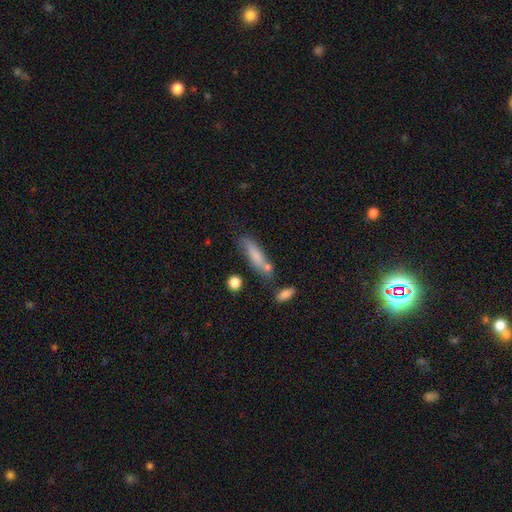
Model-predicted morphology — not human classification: Smooth or featured? Predicted: smooth (p=0.73). How rounded? Predicted: cigar-shaped (p=0.63). Merging? Predicted: none (p=0.61).